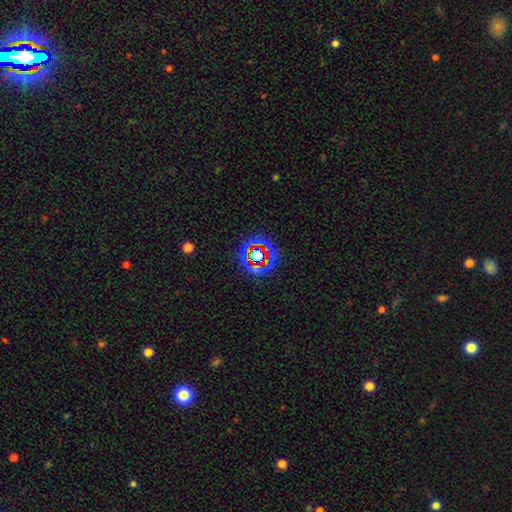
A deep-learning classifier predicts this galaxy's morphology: A star or artifact, not a galaxy (65%).